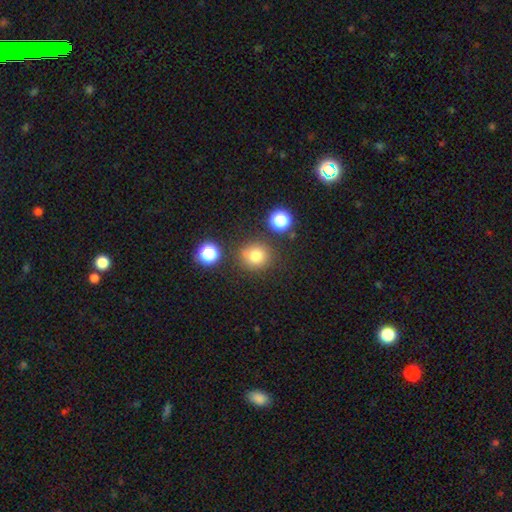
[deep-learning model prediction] Q: Smooth or featured?
A: smooth (77%); runner-up: star or artifact (16%)
Q: How rounded?
A: round (88%); runner-up: in between (11%)
Q: Merging?
A: none (80%); runner-up: minor disturbance (11%)